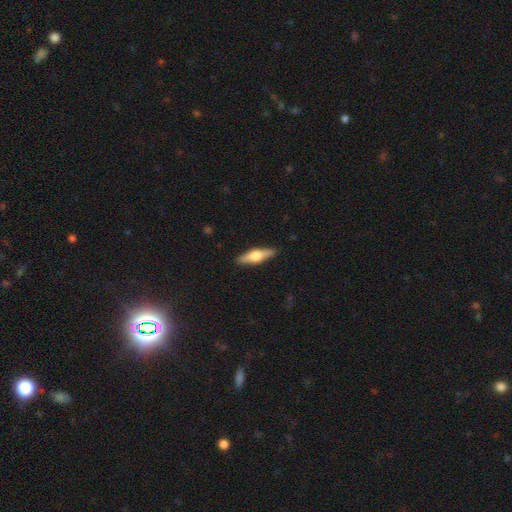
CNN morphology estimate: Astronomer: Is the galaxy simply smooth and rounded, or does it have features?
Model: featured or disk — 55% (runner-up: smooth, 39%).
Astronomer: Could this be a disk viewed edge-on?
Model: yes — 95%.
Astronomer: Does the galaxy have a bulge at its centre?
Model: rounded — 92%.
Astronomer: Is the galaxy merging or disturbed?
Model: none — 90%.